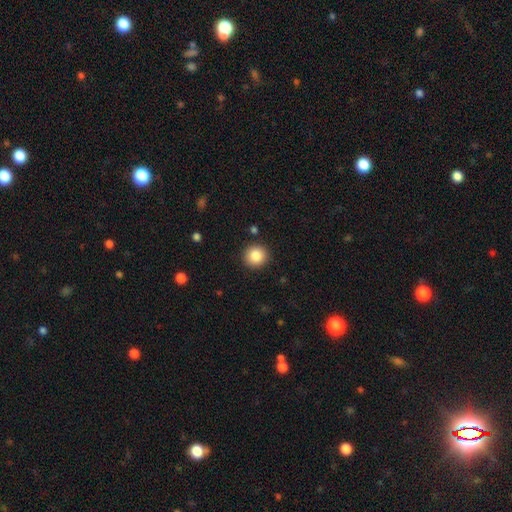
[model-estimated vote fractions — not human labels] Q: Smooth or featured?
A: smooth (86%); runner-up: star or artifact (9%)
Q: How rounded?
A: round (92%); runner-up: in between (7%)
Q: Merging?
A: none (91%); runner-up: minor disturbance (6%)